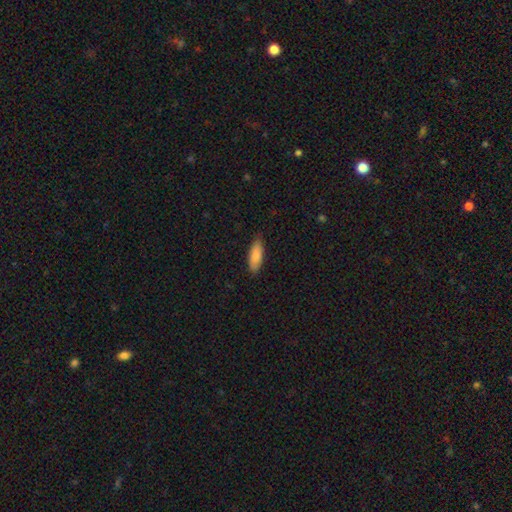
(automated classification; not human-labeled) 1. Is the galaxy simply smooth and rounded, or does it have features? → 83% smooth, 11% featured or disk, 6% star or artifact.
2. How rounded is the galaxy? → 67% in between, 31% cigar-shaped, 2% round.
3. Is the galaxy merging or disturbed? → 85% none, 12% minor disturbance, 2% major disturbance, 1% merger.